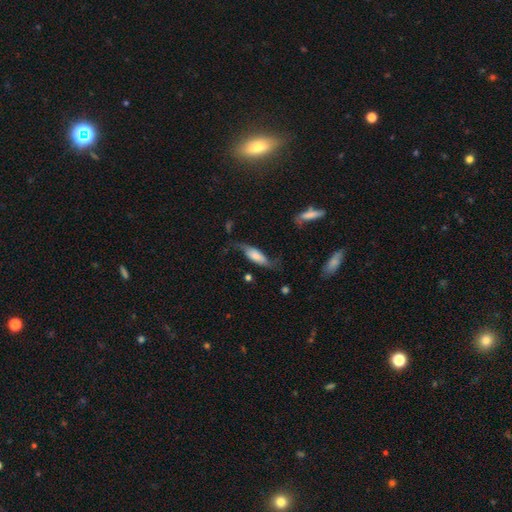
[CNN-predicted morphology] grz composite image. It shows a smooth galaxy with no disk features (50%). Merging: none (52%).